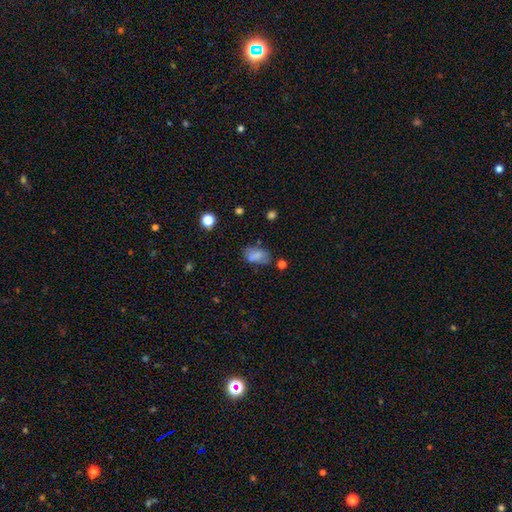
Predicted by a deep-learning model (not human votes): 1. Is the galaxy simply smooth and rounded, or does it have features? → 75% smooth, 14% featured or disk, 11% star or artifact.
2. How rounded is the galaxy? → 87% in between, 9% round, 4% cigar-shaped.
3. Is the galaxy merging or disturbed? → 54% none, 26% minor disturbance, 11% major disturbance, 9% merger.